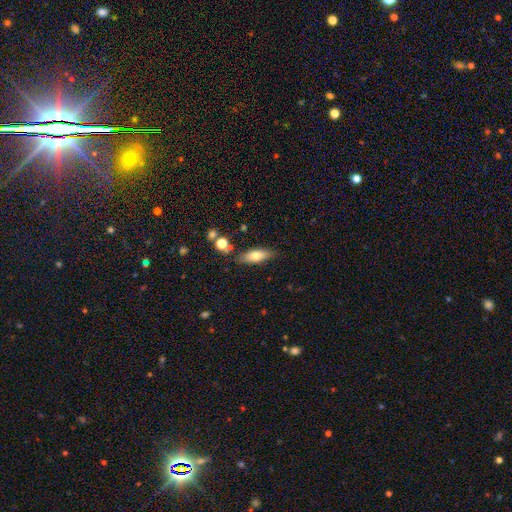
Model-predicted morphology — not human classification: Q: Smooth or featured?
A: smooth (73%); runner-up: featured or disk (19%)
Q: How rounded?
A: in between (70%); runner-up: cigar-shaped (27%)
Q: Merging?
A: none (80%); runner-up: minor disturbance (13%)